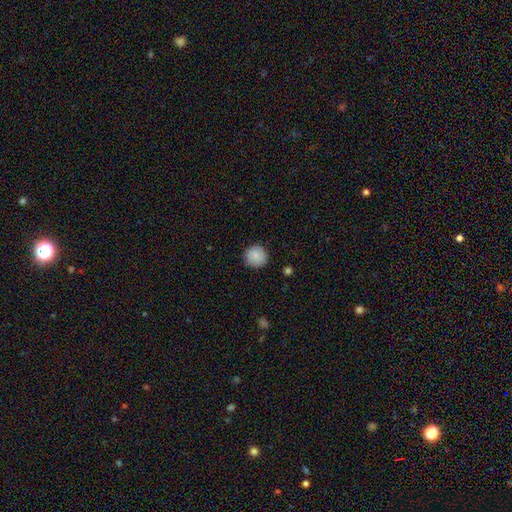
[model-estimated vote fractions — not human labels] smooth 85%, featured or disk 8%, star or artifact 7%. Down the decision tree: how rounded — round (94%); merging — none (88%).